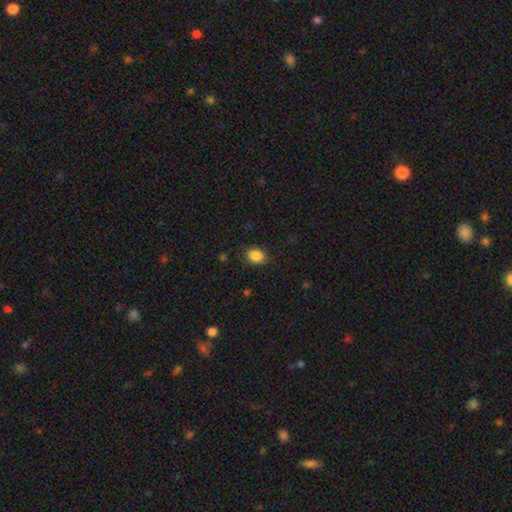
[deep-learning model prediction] Q: Smooth or featured?
A: smooth (87%); runner-up: star or artifact (10%)
Q: How rounded?
A: round (53%); runner-up: in between (46%)
Q: Merging?
A: none (87%); runner-up: minor disturbance (9%)